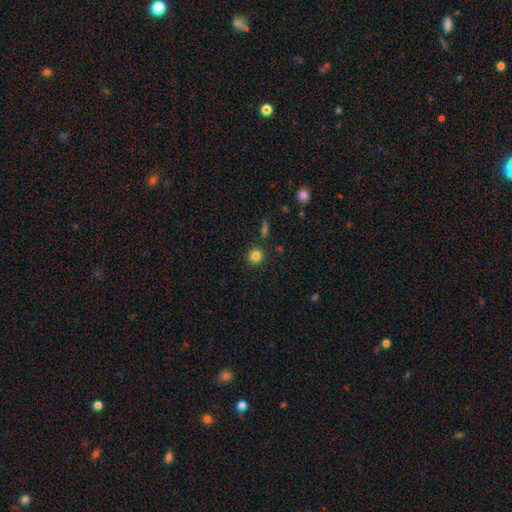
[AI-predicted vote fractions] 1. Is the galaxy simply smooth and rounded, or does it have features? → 84% smooth, 11% star or artifact, 5% featured or disk.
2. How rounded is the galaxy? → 91% round, 8% in between, 1% cigar-shaped.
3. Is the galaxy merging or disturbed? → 88% none, 7% minor disturbance, 3% merger, 2% major disturbance.